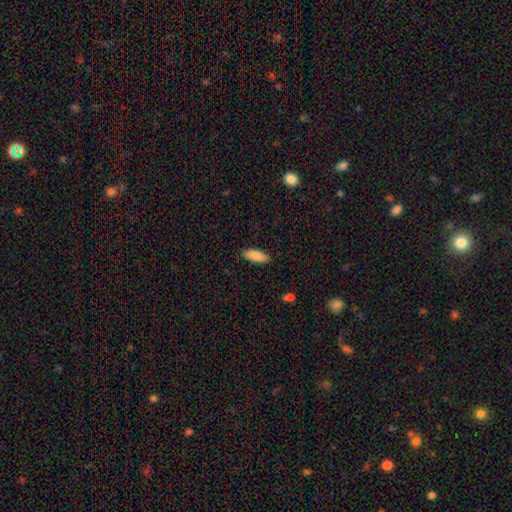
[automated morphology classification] Smooth or featured: smooth — 86% (featured or disk — 8%)
How rounded: in between — 69% (cigar-shaped — 30%)
Merging: none — 88% (minor disturbance — 9%)